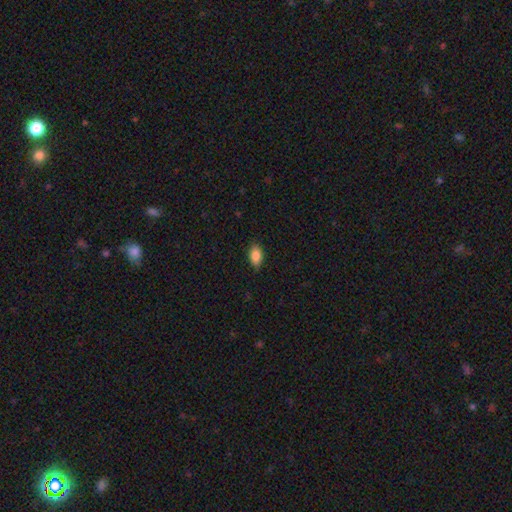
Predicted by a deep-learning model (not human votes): smooth_or_featured: smooth (p=0.87) [alt: star or artifact p=0.07]
how_rounded: in between (p=0.91) [alt: round p=0.06]
merging: none (p=0.84) [alt: minor disturbance p=0.13]